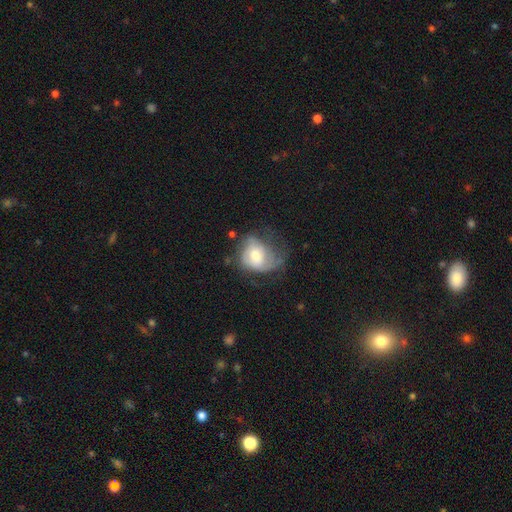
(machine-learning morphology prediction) A featured or disk galaxy (47%).

Vote fractions:
- Smooth or featured? featured or disk: 47% / smooth: 45% / star or artifact: 8%
- Merging? major disturbance: 36% / none: 32% / minor disturbance: 29% / merger: 3%